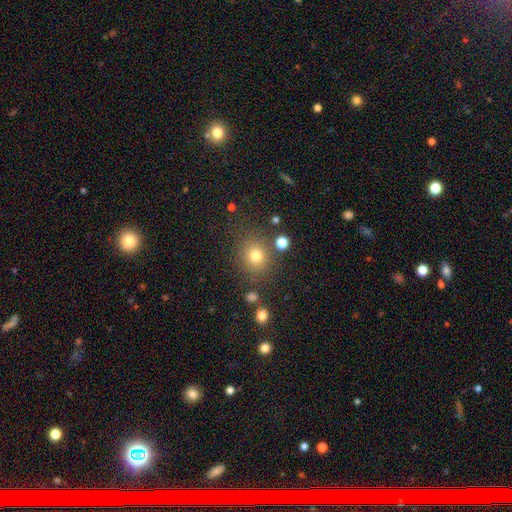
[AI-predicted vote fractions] Smooth or featured? Predicted: smooth (p=0.77). How rounded? Predicted: round (p=0.83). Merging? Predicted: none (p=0.80).